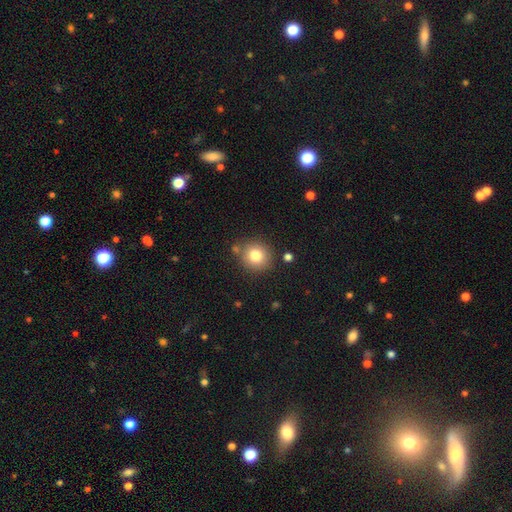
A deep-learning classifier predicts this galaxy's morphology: smooth_or_featured: smooth (p=0.80) [alt: star or artifact p=0.11]
how_rounded: round (p=0.89) [alt: in between p=0.10]
merging: none (p=0.80) [alt: minor disturbance p=0.10]